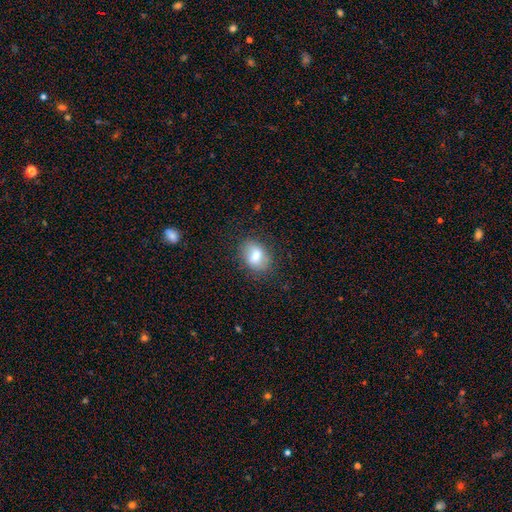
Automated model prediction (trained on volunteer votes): The model was most divided on "how rounded": in between: 68%, round: 30%, cigar-shaped: 1%. More confident: merging — none (79%); smooth or featured — smooth (71%).